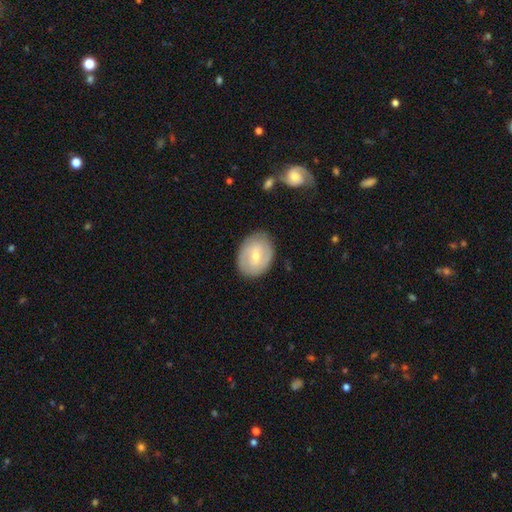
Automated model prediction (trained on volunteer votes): Smooth or featured?
  - featured or disk: 49% *
  - smooth: 45%
  - star or artifact: 7%
Merging?
  - none: 82% *
  - minor disturbance: 13%
  - major disturbance: 4%
  - merger: 1%